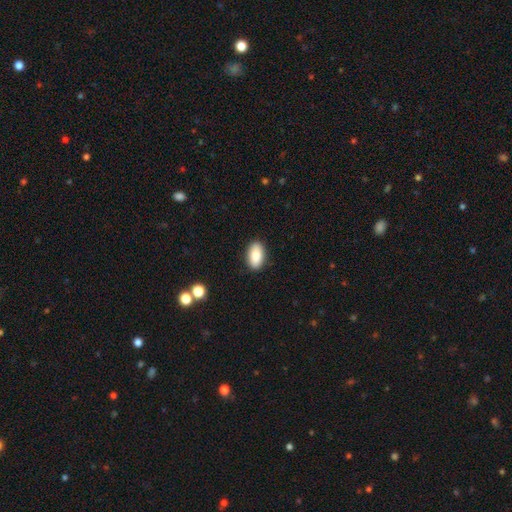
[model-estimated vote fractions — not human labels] Morphology: type=smooth (87%); roundness=in between (93%); merging=none (90%).